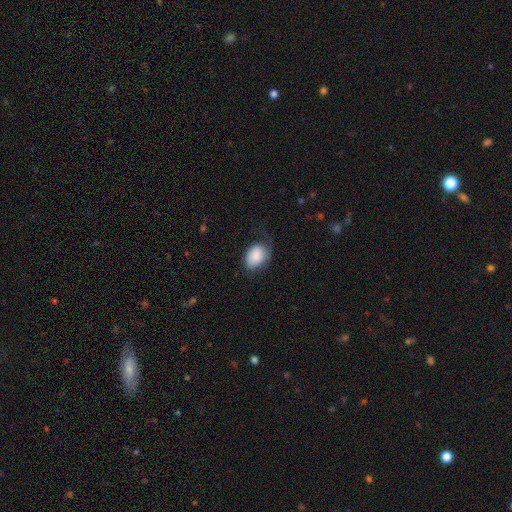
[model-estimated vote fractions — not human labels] This is clearly a smooth galaxy (81%). How rounded: likely in between (80%). Merging: marginally none (42%).